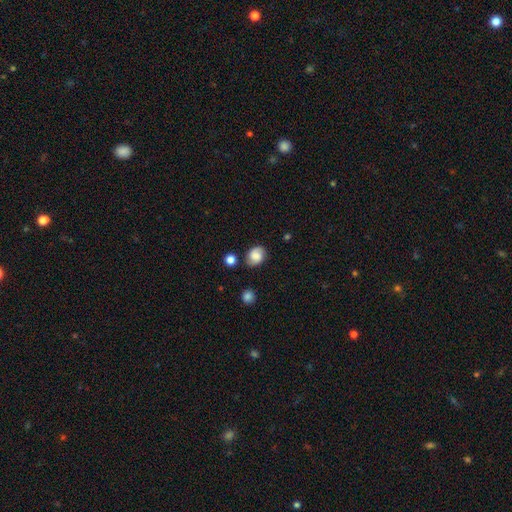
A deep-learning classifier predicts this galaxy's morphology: Smooth or featured: smooth — 66% (featured or disk — 25%)
How rounded: in between — 58% (round — 41%)
Merging: none — 76% (minor disturbance — 16%)